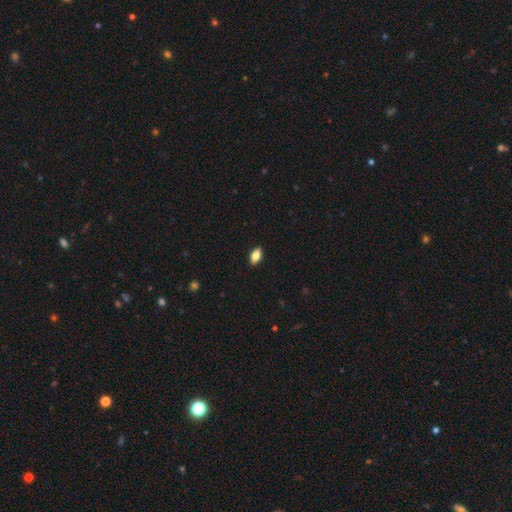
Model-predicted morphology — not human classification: This is likely a smooth galaxy (78%). How rounded: clearly in between (89%). Merging: clearly none (89%).